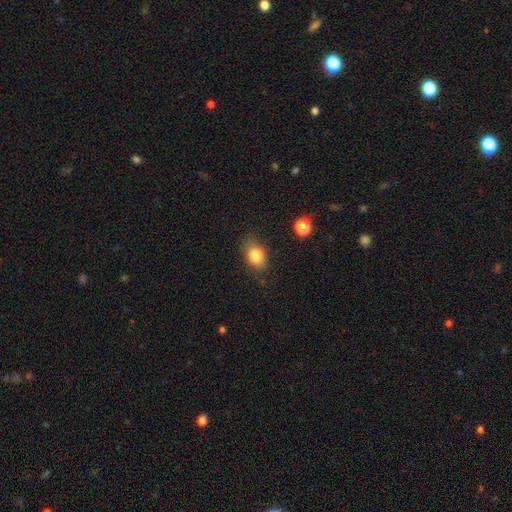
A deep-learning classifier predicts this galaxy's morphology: The model was most divided on "how rounded": in between: 76%, round: 22%, cigar-shaped: 1%. More confident: smooth or featured — smooth (83%); merging — none (78%).